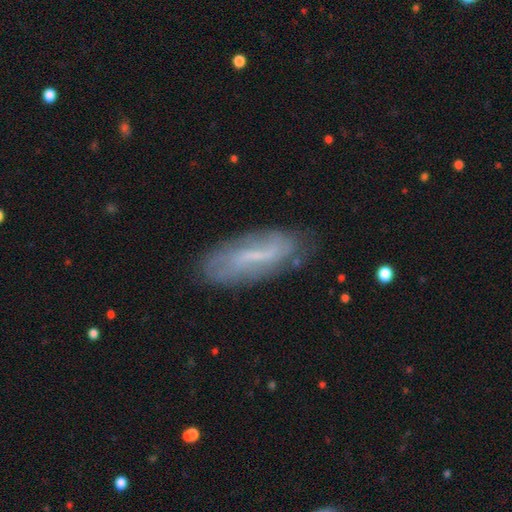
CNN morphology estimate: smooth-or-featured: featured or disk: 54% | smooth: 37% | star or artifact: 9%
  disk-edge-on: no: 78% | yes: 22%
  merging: none: 74% | minor disturbance: 18% | major disturbance: 5% | merger: 2%